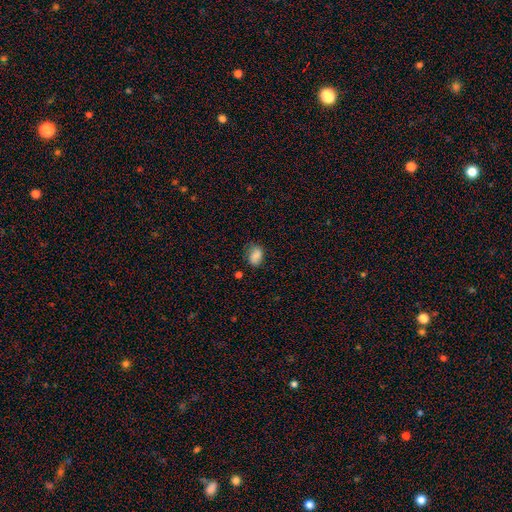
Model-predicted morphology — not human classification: Smooth or featured: smooth — 83% (star or artifact — 9%)
How rounded: in between — 75% (round — 24%)
Merging: none — 62% (minor disturbance — 27%)